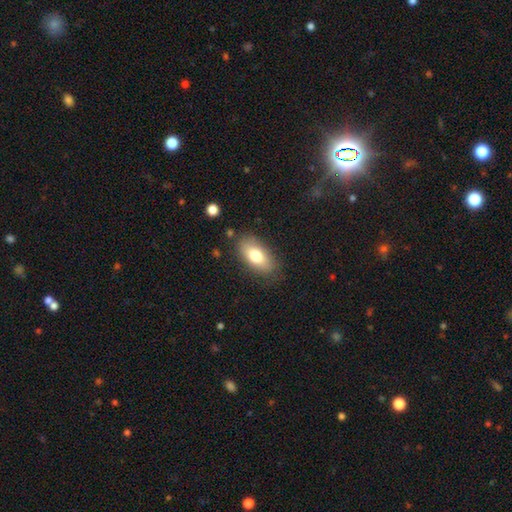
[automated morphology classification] Smooth or featured: smooth — 75% (featured or disk — 18%)
How rounded: in between — 90% (cigar-shaped — 6%)
Merging: none — 82% (minor disturbance — 13%)